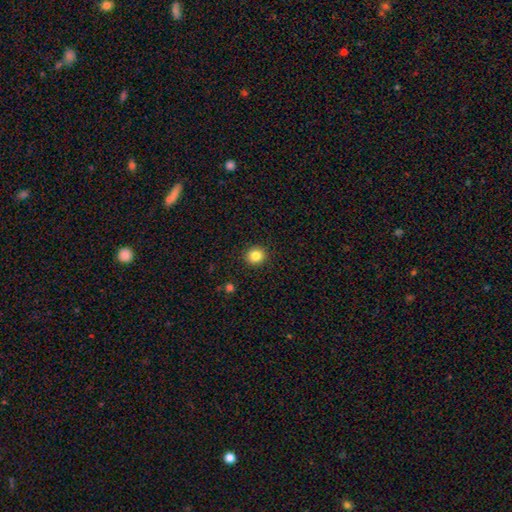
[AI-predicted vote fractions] smooth_or_featured: smooth (p=0.85) [alt: star or artifact p=0.10]
how_rounded: round (p=0.87) [alt: in between p=0.12]
merging: none (p=0.92) [alt: minor disturbance p=0.05]